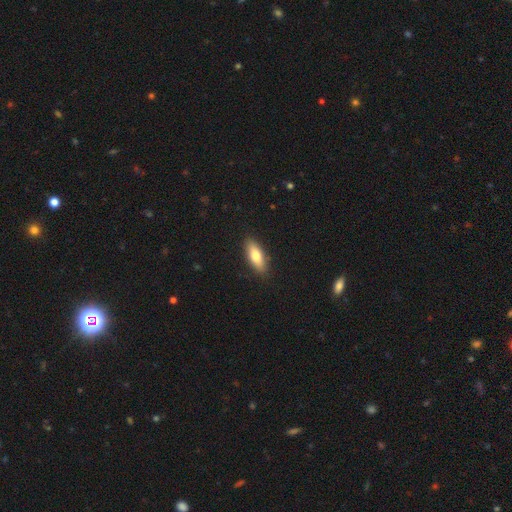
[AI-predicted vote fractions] A smooth galaxy with no disk features (75%) that is in between round and cigar-shaped (70%). Merging: none (88%).